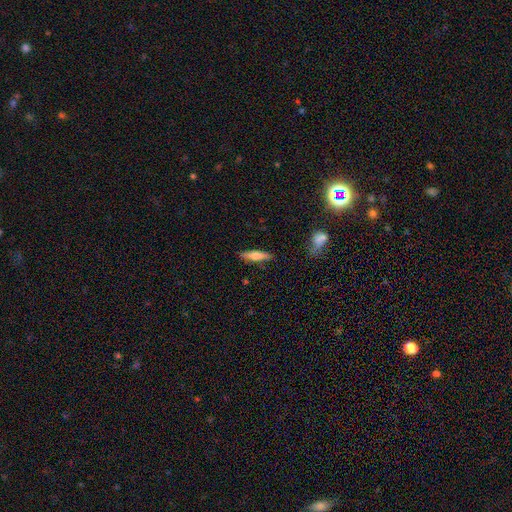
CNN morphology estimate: Overall: smooth (66%; featured or disk 28%). How rounded: cigar-shaped (74%). Merging: none (84%).